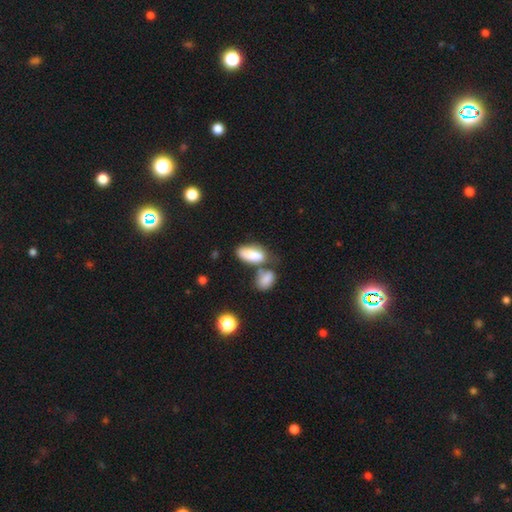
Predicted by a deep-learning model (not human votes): The model was most divided on "merging": merger: 41%, none: 35%, minor disturbance: 16%, major disturbance: 8%. More confident: how rounded — in between (89%); smooth or featured — smooth (82%).